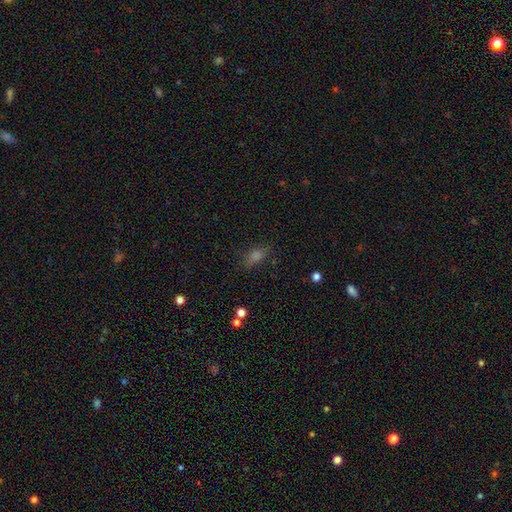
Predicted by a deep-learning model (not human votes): Smooth or featured: smooth — 55% (star or artifact — 28%)
How rounded: in between — 68% (cigar-shaped — 18%)
Merging: none — 77% (minor disturbance — 15%)